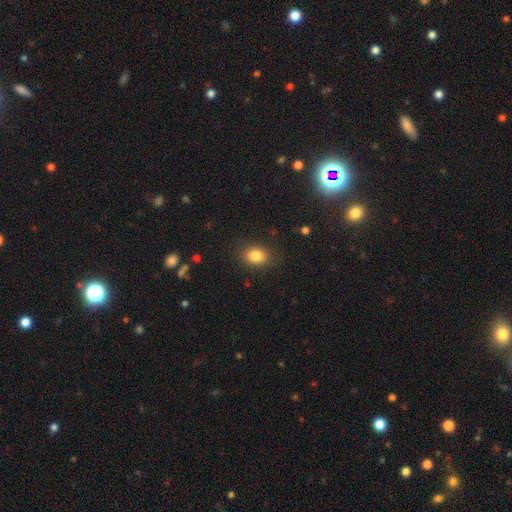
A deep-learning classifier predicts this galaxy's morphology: Smooth or featured? Predicted: smooth (p=0.84). How rounded? Predicted: in between (p=0.66). Merging? Predicted: none (p=0.84).